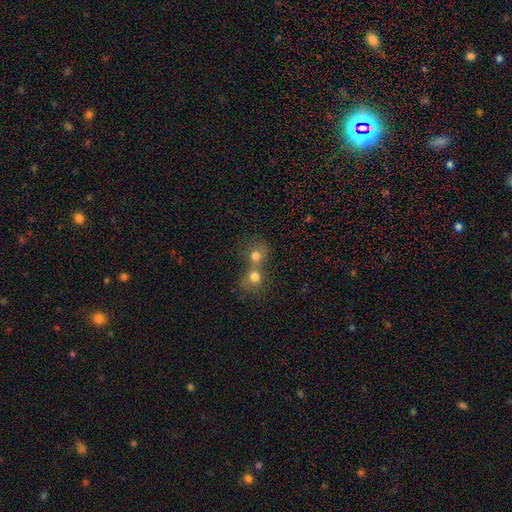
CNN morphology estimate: type=smooth (75%); roundness=round (78%); merging=merger (67%).